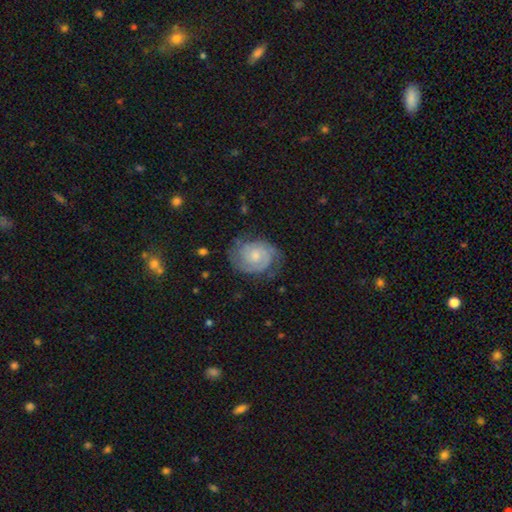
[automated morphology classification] Smooth or featured?
  - featured or disk: 81% *
  - smooth: 13%
  - star or artifact: 6%
Edge-on disk?
  - no: 98% *
  - yes: 2%
Bar?
  - no: 68% *
  - weak: 29%
  - strong: 4%
Spiral arms?
  - yes: 96% *
  - no: 4%
Spiral winding?
  - tight: 65% *
  - medium: 28%
  - loose: 7%
Spiral arm count?
  - 2: 67% *
  - can't tell: 14%
  - 3: 10%
  - 1: 4%
  - 4: 2%
  - more than 4: 2%
Bulge size?
  - small: 52% *
  - moderate: 38%
  - none: 6%
  - large: 3%
  - dominant: 1%
Merging?
  - none: 71% *
  - minor disturbance: 19%
  - major disturbance: 8%
  - merger: 1%